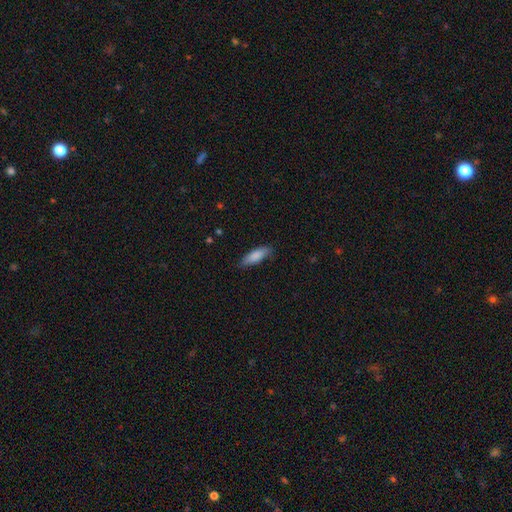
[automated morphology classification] The model was most divided on "how rounded": in between: 56%, cigar-shaped: 43%, round: 2%. More confident: smooth or featured — smooth (85%); merging — none (79%).